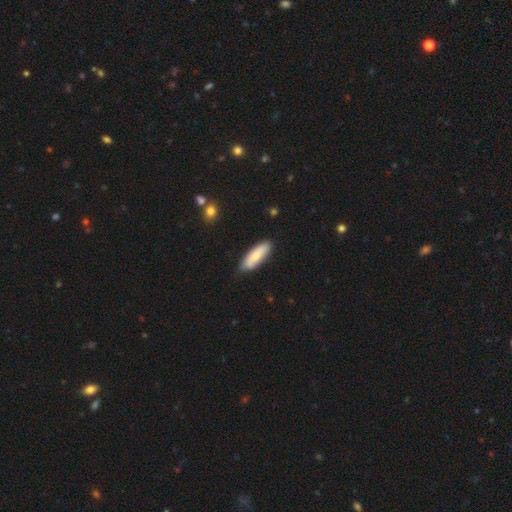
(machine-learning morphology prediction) smooth 74%, featured or disk 21%, star or artifact 5%. Down the decision tree: how rounded — in between (57%); merging — none (80%).